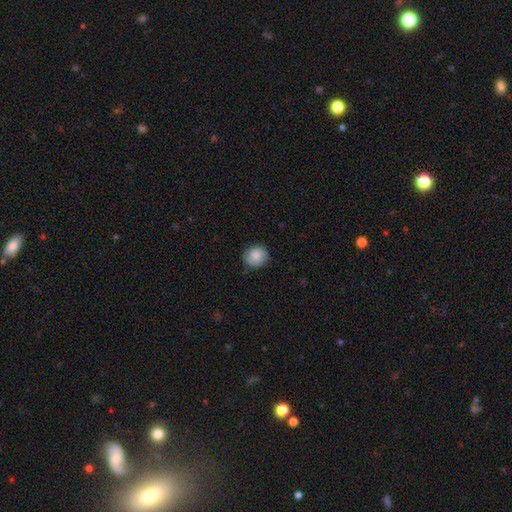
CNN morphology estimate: Smooth or featured: smooth — 86% (star or artifact — 8%)
How rounded: round — 86% (in between — 13%)
Merging: none — 85% (minor disturbance — 12%)